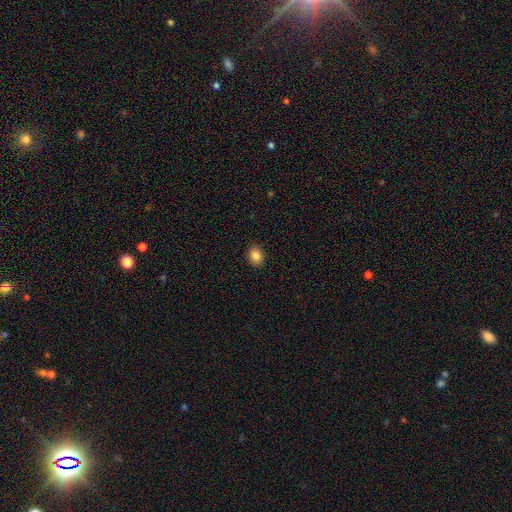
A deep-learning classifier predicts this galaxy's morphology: This is clearly a smooth galaxy (85%). How rounded: possibly in between (56%). Merging: clearly none (90%).